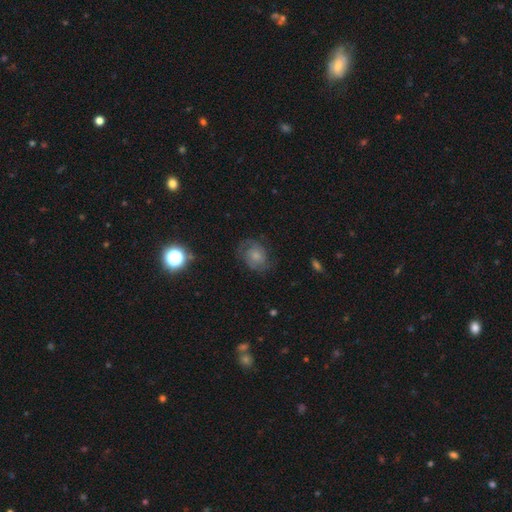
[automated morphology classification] Overall: featured or disk (57%; smooth 32%). Edge-on disk: no (97%). Bar: no (73%). Spiral arms: yes (87%). Bulge size: small (41%; moderate 36%). Merging: none (66%).